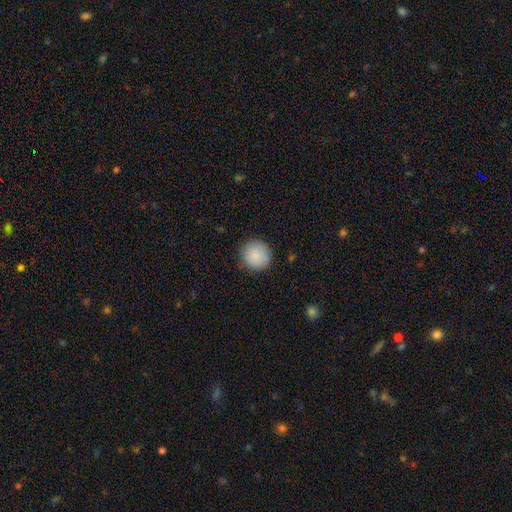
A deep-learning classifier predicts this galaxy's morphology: Smooth or featured? Predicted: smooth (p=0.88). How rounded? Predicted: round (p=0.93). Merging? Predicted: none (p=0.89).